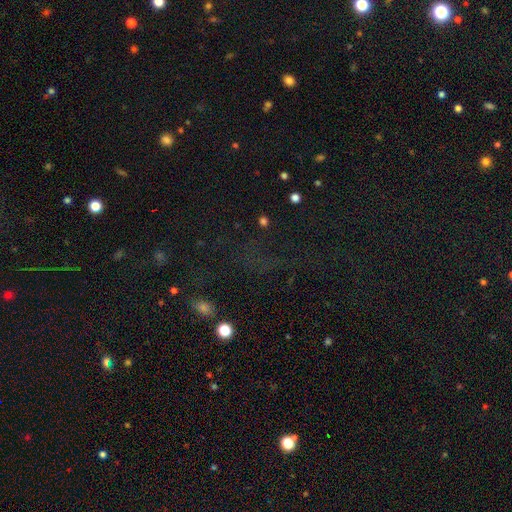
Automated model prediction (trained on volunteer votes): Q: Smooth or featured?
A: star or artifact (65%); runner-up: smooth (24%)